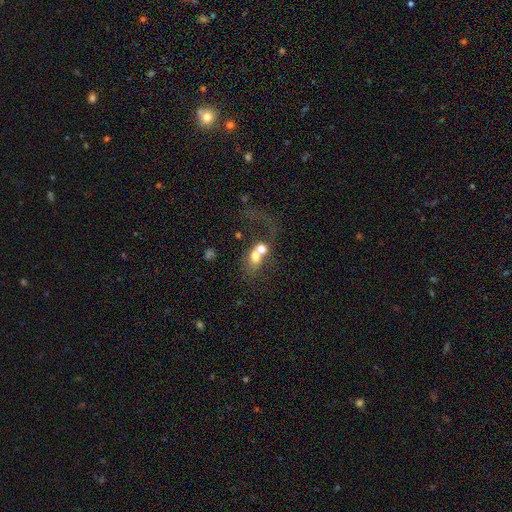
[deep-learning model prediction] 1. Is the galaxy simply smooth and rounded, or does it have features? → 58% smooth, 30% featured or disk, 12% star or artifact.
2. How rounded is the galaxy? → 53% round, 45% in between, 2% cigar-shaped.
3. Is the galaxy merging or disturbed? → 67% merger, 14% none, 13% major disturbance, 6% minor disturbance.